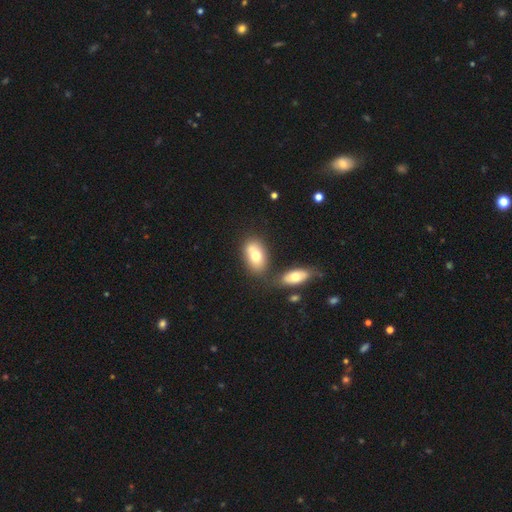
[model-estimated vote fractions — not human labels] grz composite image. It shows a smooth galaxy with no disk features (72%) that is in between round and cigar-shaped (87%). Merging: none (53%).